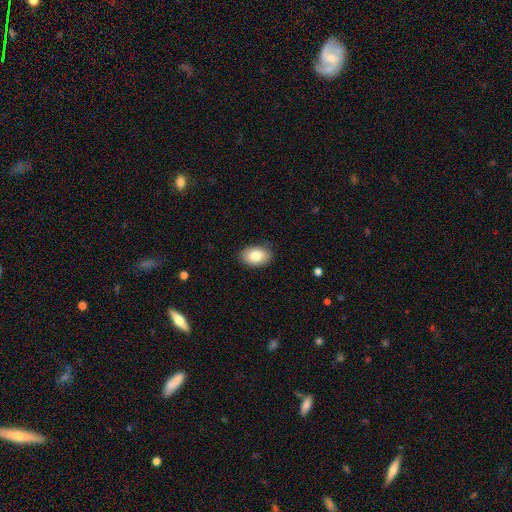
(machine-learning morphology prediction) The model was most divided on "smooth or featured": smooth: 84%, featured or disk: 9%, star or artifact: 7%. More confident: how rounded — in between (87%); merging — none (87%).